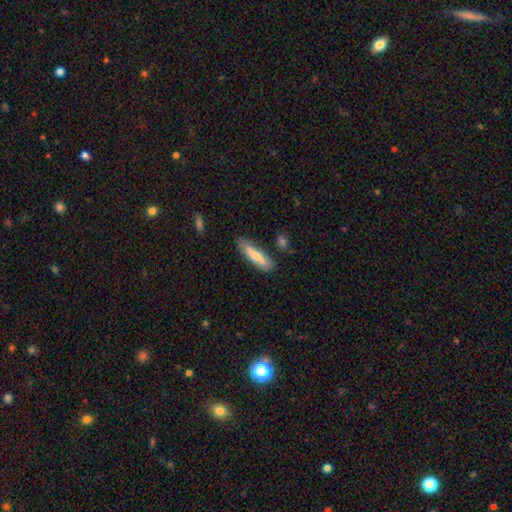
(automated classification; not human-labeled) Smooth or featured: smooth — 69% (featured or disk — 25%)
How rounded: cigar-shaped — 74% (in between — 24%)
Merging: none — 79% (minor disturbance — 15%)